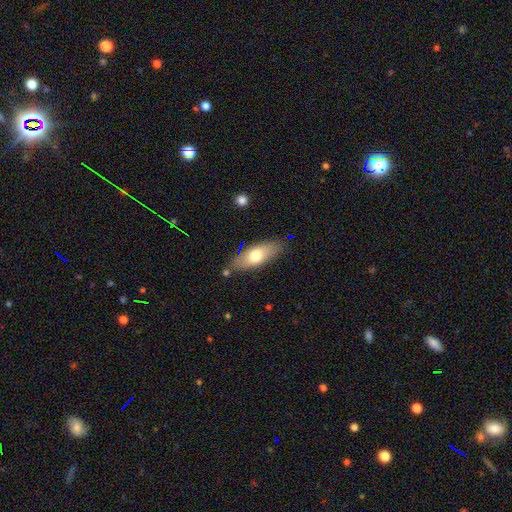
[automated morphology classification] This is likely a smooth galaxy (68%). How rounded: likely in between (70%). Merging: clearly none (81%).